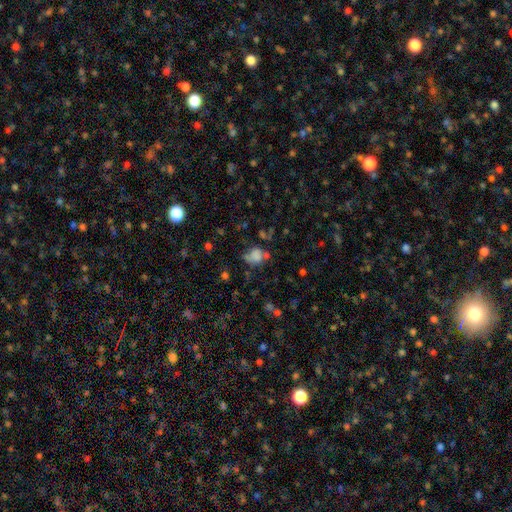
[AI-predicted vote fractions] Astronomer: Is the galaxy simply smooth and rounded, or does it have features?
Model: smooth — 68%.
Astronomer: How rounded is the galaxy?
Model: round — 62% (runner-up: in between, 37%).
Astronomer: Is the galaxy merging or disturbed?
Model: none — 44% (runner-up: minor disturbance, 23%).